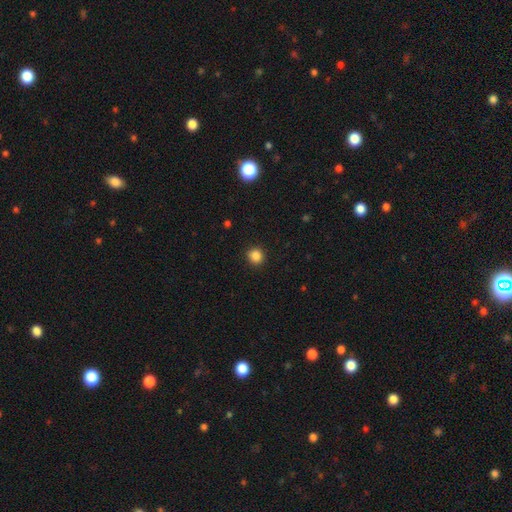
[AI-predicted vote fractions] Morphology: type=smooth (86%); roundness=round (89%); merging=none (90%).